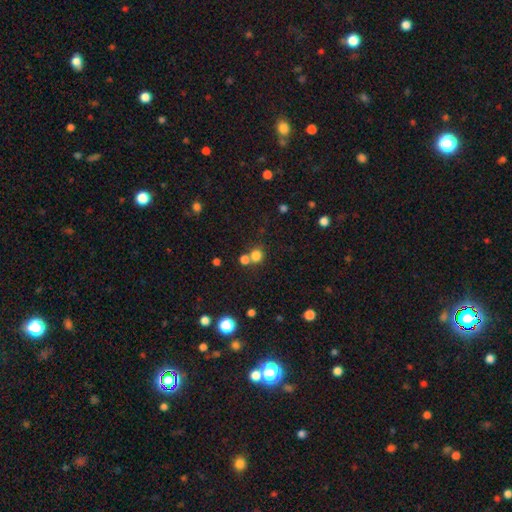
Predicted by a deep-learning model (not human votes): Smooth or featured? smooth (78%)
How rounded? round (85%)
Merging? none (58%)